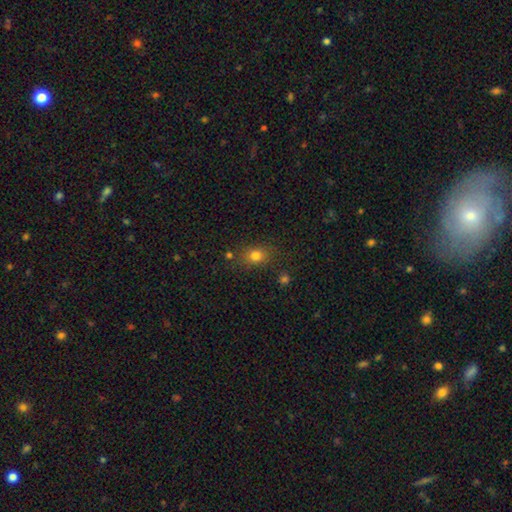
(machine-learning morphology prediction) Q: Smooth or featured?
A: smooth (78%); runner-up: star or artifact (14%)
Q: How rounded?
A: round (53%); runner-up: in between (45%)
Q: Merging?
A: none (77%); runner-up: minor disturbance (14%)